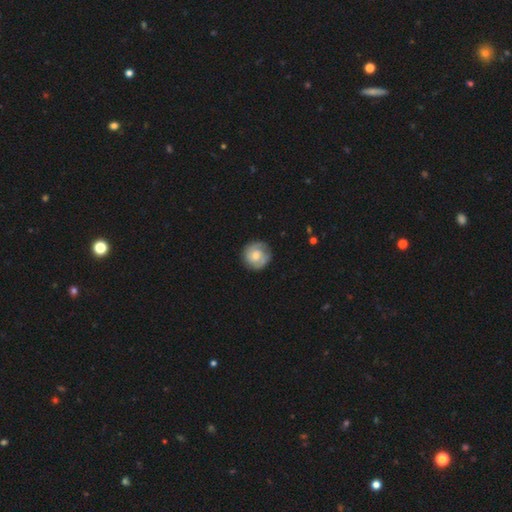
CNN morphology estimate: Q: Smooth or featured?
A: smooth (51%); runner-up: featured or disk (43%)
Q: How rounded?
A: round (92%); runner-up: in between (7%)
Q: Merging?
A: none (78%); runner-up: minor disturbance (16%)